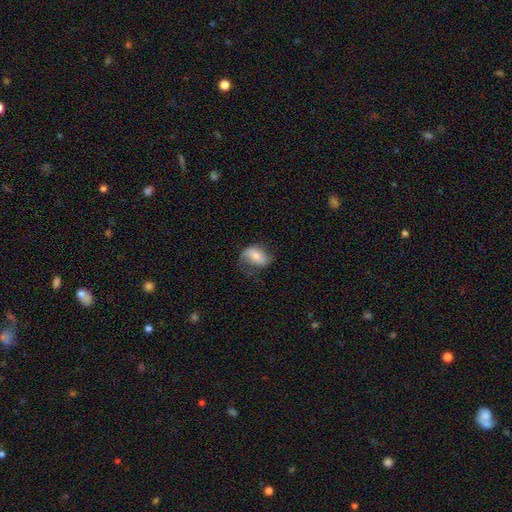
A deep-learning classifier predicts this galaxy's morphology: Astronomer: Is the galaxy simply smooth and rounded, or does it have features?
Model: smooth — 49% (runner-up: featured or disk, 43%).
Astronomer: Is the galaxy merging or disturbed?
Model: none — 52% (runner-up: minor disturbance, 29%).